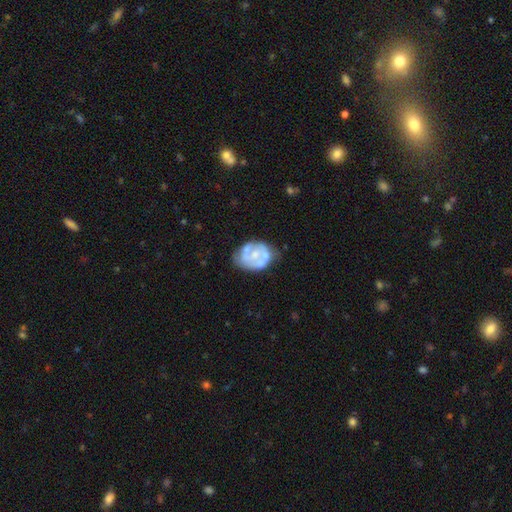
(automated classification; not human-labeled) This appears to be a featured or disk galaxy (66%) with no bar (75%), no spiral arms (51%) and a moderate central bulge (40%, tied with small). Merging: none (50%).